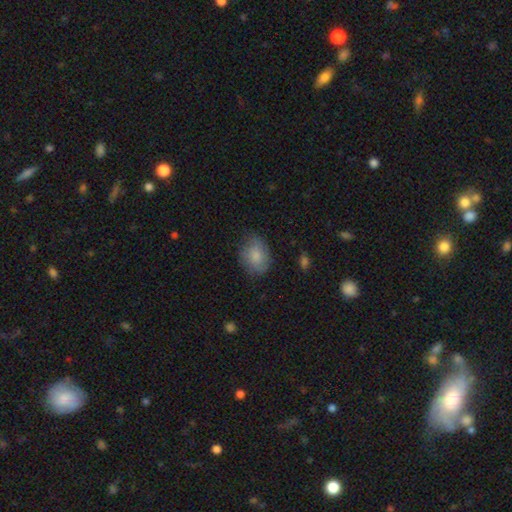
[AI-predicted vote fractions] Smooth or featured? Predicted: smooth (p=0.81). How rounded? Predicted: in between (p=0.64). Merging? Predicted: none (p=0.71).